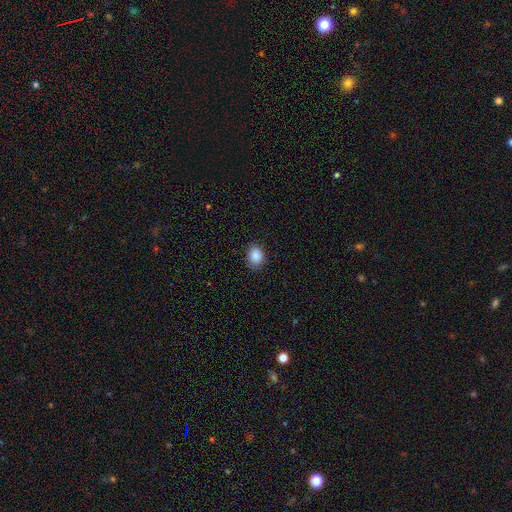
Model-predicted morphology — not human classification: Smooth or featured?
  - smooth: 87% *
  - star or artifact: 9%
  - featured or disk: 4%
How rounded?
  - in between: 53% *
  - round: 46%
  - cigar-shaped: 1%
Merging?
  - none: 86% *
  - minor disturbance: 11%
  - major disturbance: 2%
  - merger: 1%